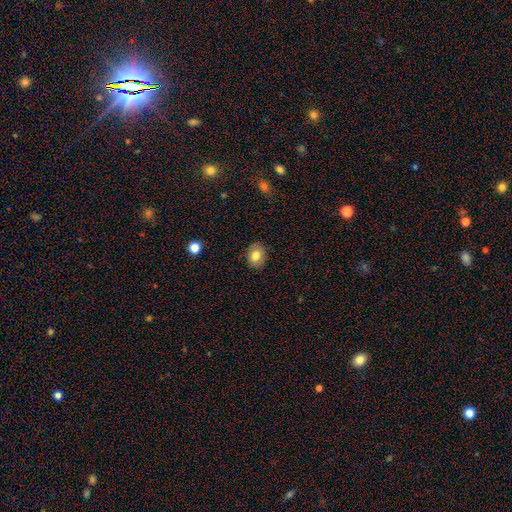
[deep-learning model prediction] This is likely a smooth galaxy (79%). How rounded: possibly in between (60%). Merging: clearly none (87%).